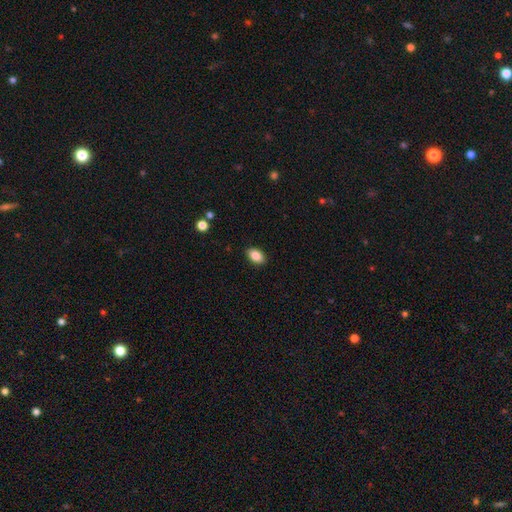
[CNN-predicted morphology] Smooth or featured: smooth — 86% (star or artifact — 8%)
How rounded: in between — 87% (round — 11%)
Merging: none — 89% (minor disturbance — 8%)